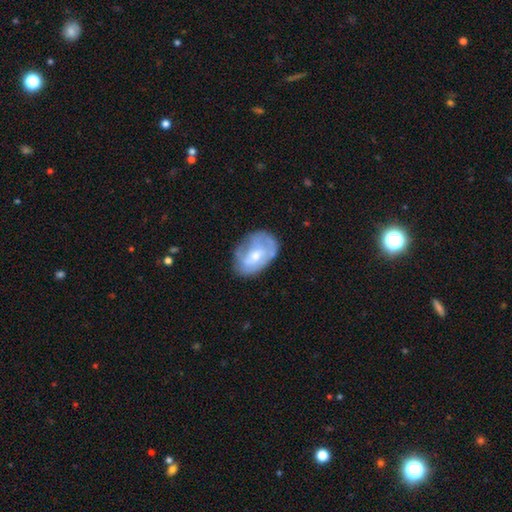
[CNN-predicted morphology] type=featured or disk (54%); edge-on=no (95%); bar=no (62%); spiral arms=yes (51%); bulge=moderate (59%); merging=none (61%).